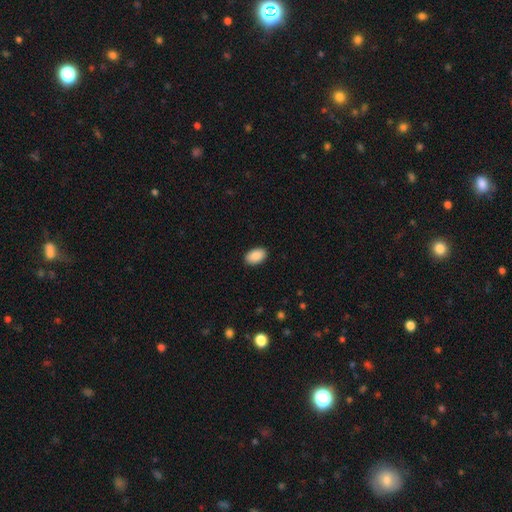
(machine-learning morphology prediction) The model was most divided on "merging": none: 90%, minor disturbance: 8%, major disturbance: 2%, merger: 1%. More confident: how rounded — in between (91%); smooth or featured — smooth (90%).